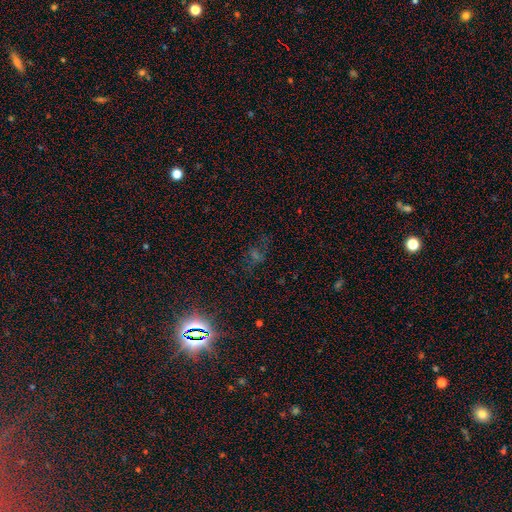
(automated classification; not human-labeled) Smooth or featured? star or artifact (63%)